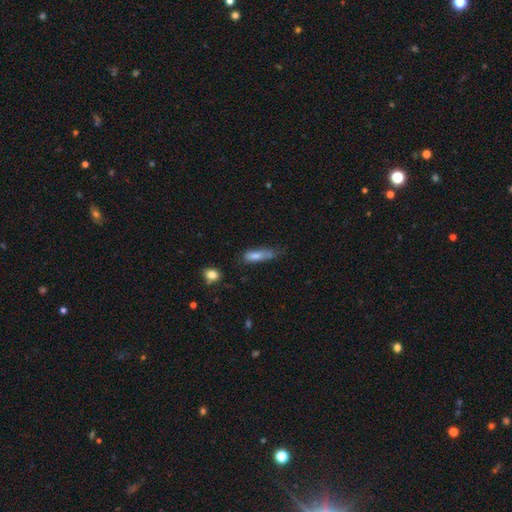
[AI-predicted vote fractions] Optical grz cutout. It shows a smooth galaxy with no disk features (68%) that is cigar-shaped (59%). Merging: none (42%).